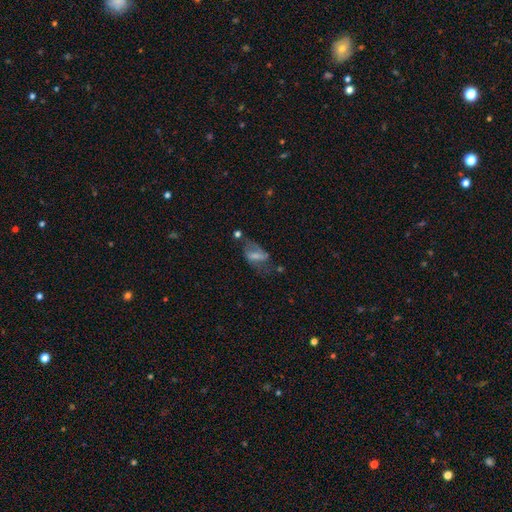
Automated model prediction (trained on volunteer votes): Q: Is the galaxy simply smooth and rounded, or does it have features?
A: featured or disk — 49%.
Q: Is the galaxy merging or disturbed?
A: none — 37%.